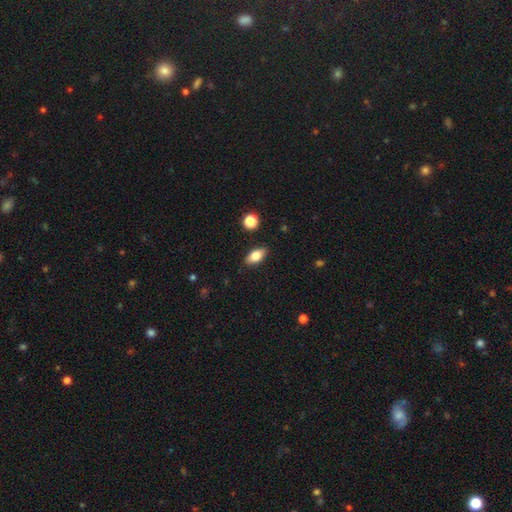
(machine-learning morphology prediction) This appears to be a smooth galaxy with no disk features (77%) that is in between round and cigar-shaped (87%). Merging: none (87%).